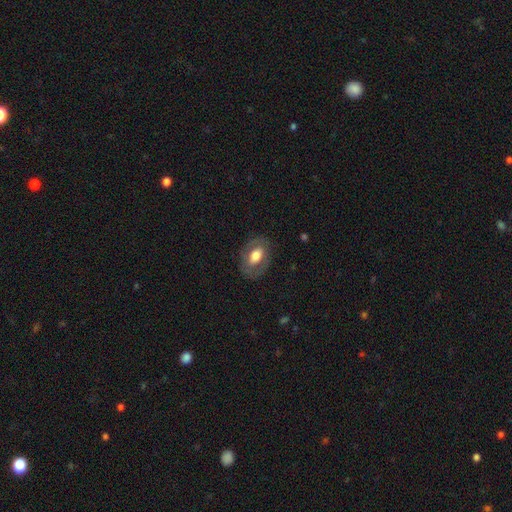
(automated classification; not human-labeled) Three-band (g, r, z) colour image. It shows a smooth galaxy with no disk features (50%). Merging: none (77%).